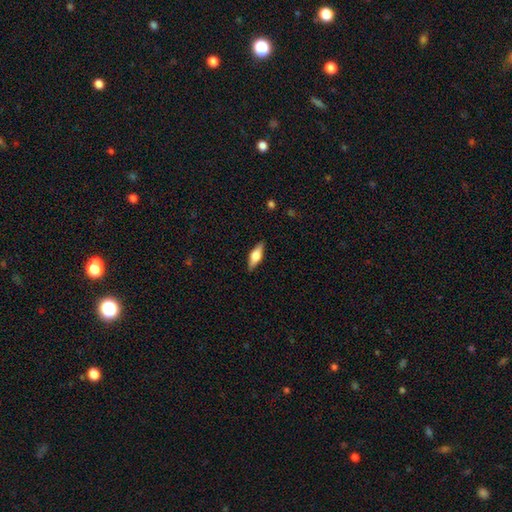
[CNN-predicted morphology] smooth_or_featured: featured or disk (p=0.47) [alt: smooth p=0.46]
merging: none (p=0.88) [alt: minor disturbance p=0.09]